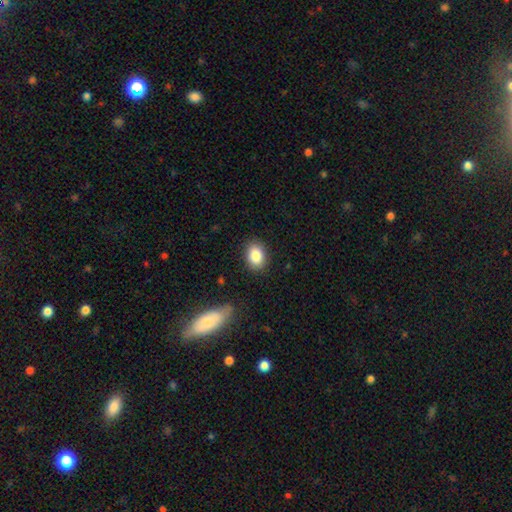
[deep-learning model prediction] Morphology: type=smooth (86%); roundness=in between (71%); merging=none (86%).